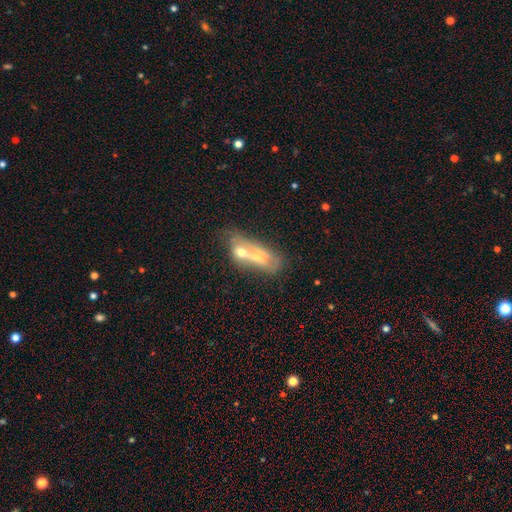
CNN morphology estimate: This is possibly a featured or disk galaxy (45%). Merging: likely merger (67%).